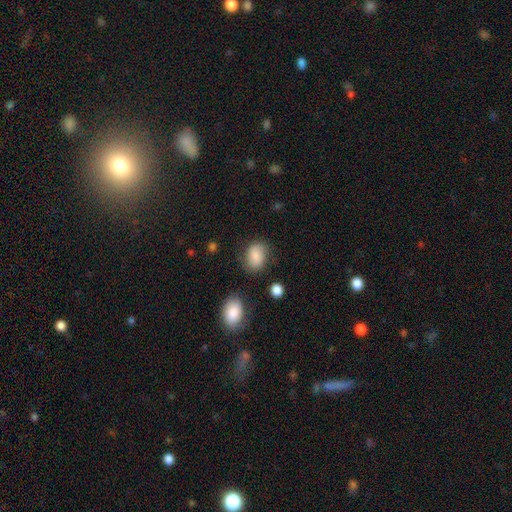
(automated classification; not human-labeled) smooth-or-featured: smooth: 84% | star or artifact: 8% | featured or disk: 8%
  how-rounded: in between: 70% | round: 29% | cigar-shaped: 1%
  merging: none: 73% | minor disturbance: 18% | major disturbance: 6% | merger: 3%